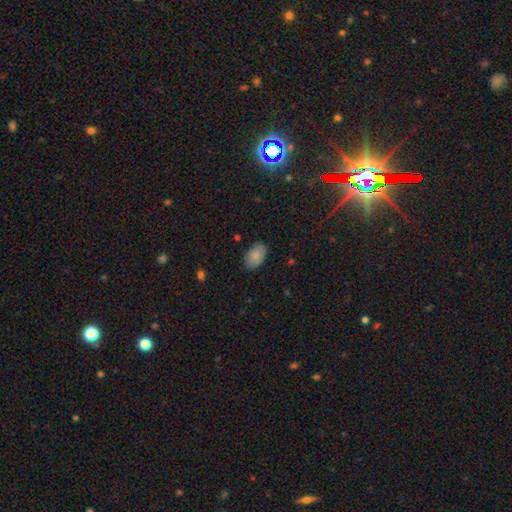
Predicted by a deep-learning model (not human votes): A smooth galaxy with no disk features (87%) that is in between round and cigar-shaped (92%). Merging: none (86%).